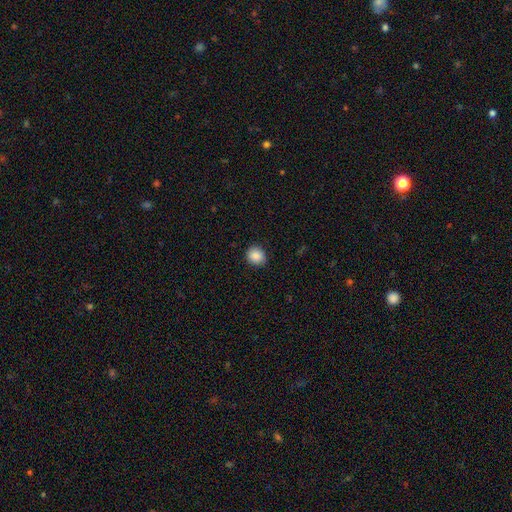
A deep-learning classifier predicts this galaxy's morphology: The model was most divided on "how rounded": round: 76%, in between: 23%, cigar-shaped: 1%. More confident: merging — none (89%); smooth or featured — smooth (88%).